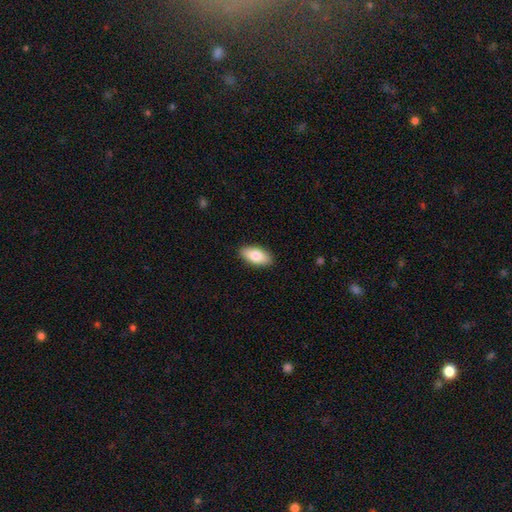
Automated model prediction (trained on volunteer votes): This appears to be a smooth galaxy with no disk features (83%) that is in between round and cigar-shaped (91%). Merging: none (89%).